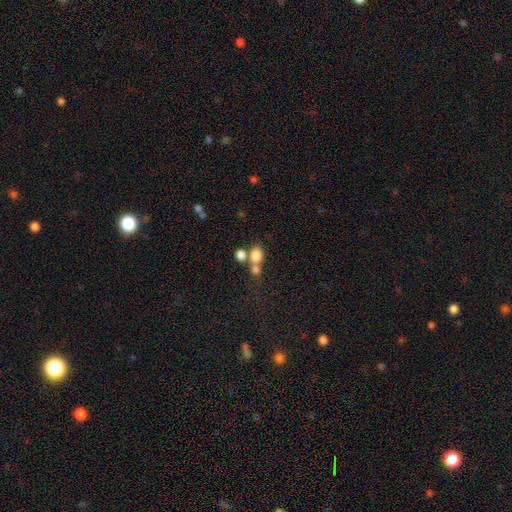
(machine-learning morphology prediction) smooth 78%, star or artifact 12%, featured or disk 10%. Down the decision tree: how rounded — round (50%); merging — merger (46%).